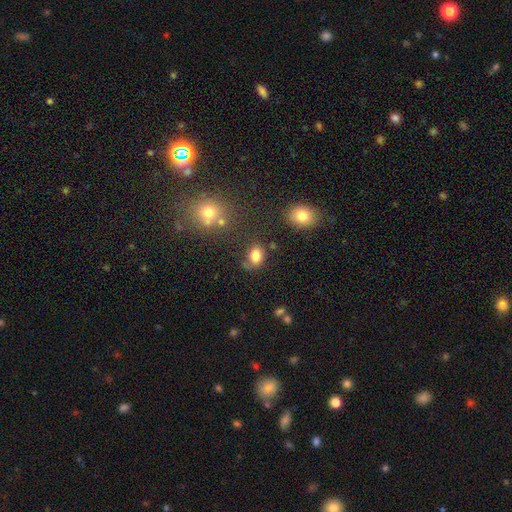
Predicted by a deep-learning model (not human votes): smooth_or_featured: smooth (p=0.82) [alt: star or artifact p=0.11]
how_rounded: in between (p=0.71) [alt: round p=0.28]
merging: none (p=0.64) [alt: minor disturbance p=0.21]